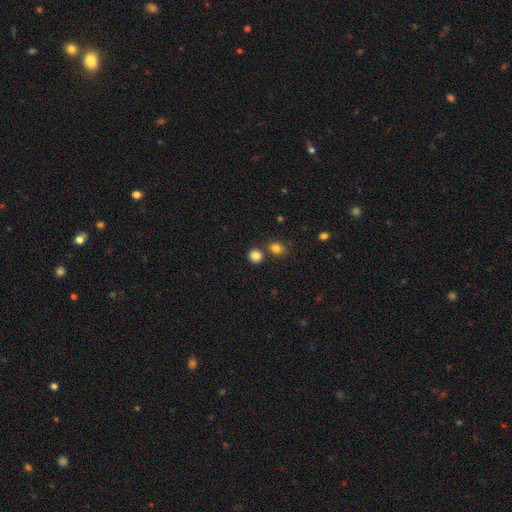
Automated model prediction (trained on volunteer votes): A smooth galaxy with no disk features (84%) that is round (88%).

Vote fractions:
- Smooth or featured? smooth: 84% / star or artifact: 11% / featured or disk: 4%
- How rounded? round: 88% / in between: 11% / cigar-shaped: 1%
- Merging? none: 76% / merger: 14% / minor disturbance: 7% / major disturbance: 2%